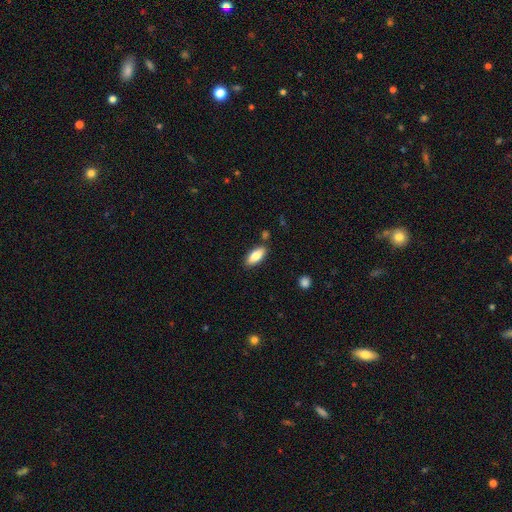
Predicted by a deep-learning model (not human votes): Overall: smooth (81%). How rounded: in between (80%). Merging: none (84%).